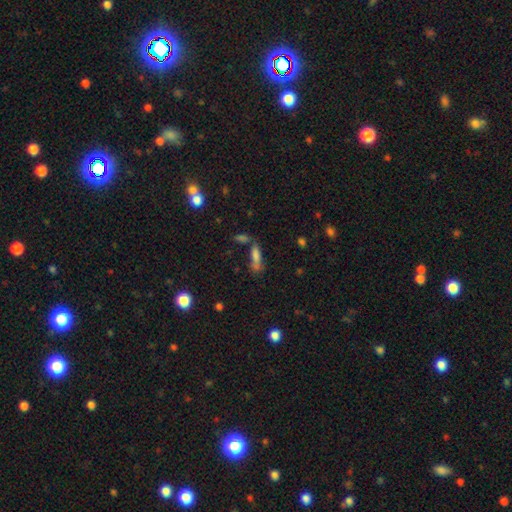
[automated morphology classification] This appears to be a smooth galaxy with no disk features (69%) that is cigar-shaped (51%). Merging: none (43%).